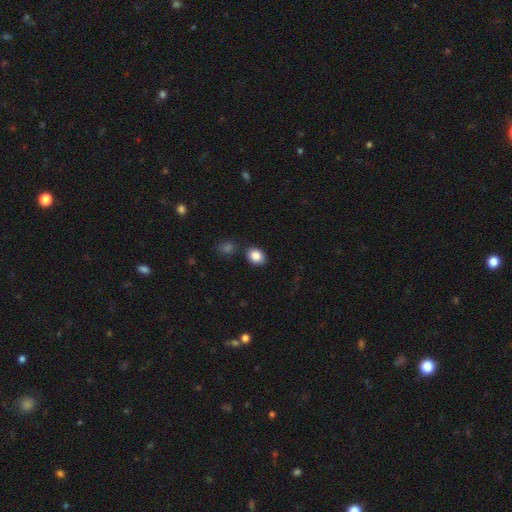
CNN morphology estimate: The model was most divided on "how rounded": in between: 61%, round: 38%, cigar-shaped: 1%. More confident: smooth or featured — smooth (87%); merging — none (80%).